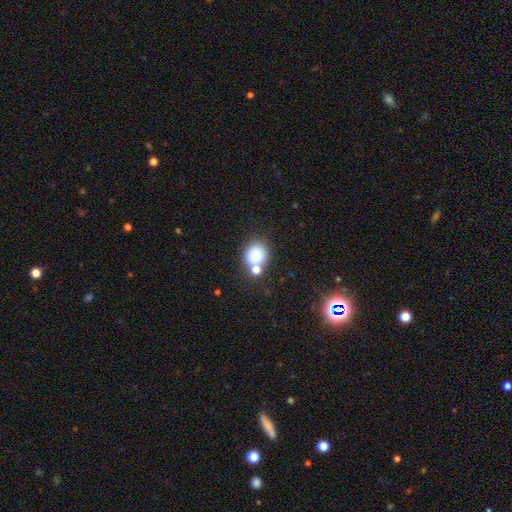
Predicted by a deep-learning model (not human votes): smooth_or_featured: smooth (p=0.79) [alt: star or artifact p=0.11]
how_rounded: round (p=0.82) [alt: in between p=0.17]
merging: none (p=0.57) [alt: merger p=0.29]